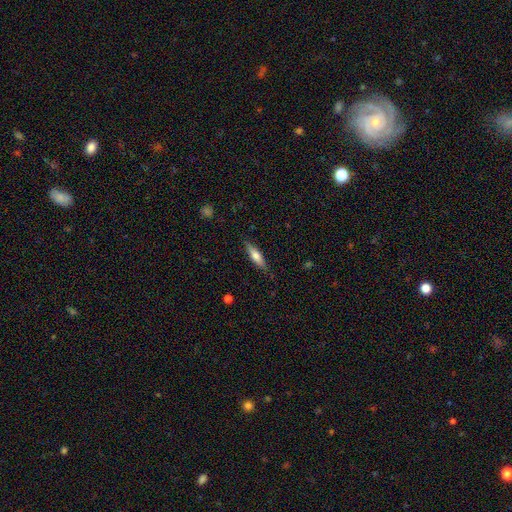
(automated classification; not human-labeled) Smooth or featured? smooth (59%)
How rounded? cigar-shaped (68%)
Merging? none (84%)